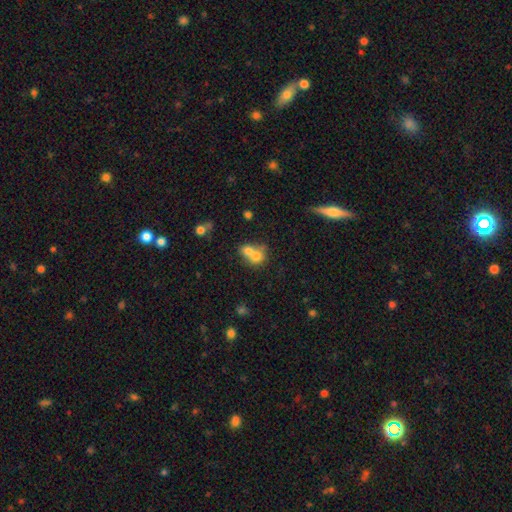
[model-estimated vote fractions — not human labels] Morphology: type=smooth (71%); roundness=round (70%); merging=merger (68%).